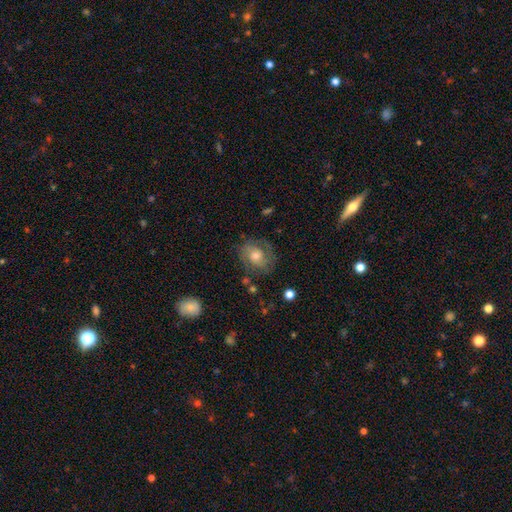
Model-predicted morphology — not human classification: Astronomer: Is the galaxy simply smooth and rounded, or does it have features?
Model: featured or disk — 53% (runner-up: smooth, 37%).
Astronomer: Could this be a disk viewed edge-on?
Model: no — 96%.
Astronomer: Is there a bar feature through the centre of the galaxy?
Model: no — 76%.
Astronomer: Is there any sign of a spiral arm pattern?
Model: yes — 76%.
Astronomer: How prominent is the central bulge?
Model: moderate — 63%.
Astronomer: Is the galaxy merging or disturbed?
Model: none — 71%.